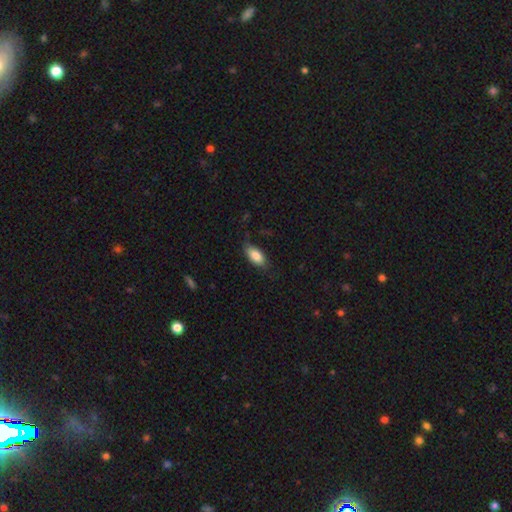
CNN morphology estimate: This appears to be a smooth galaxy with no disk features (83%) that is in between round and cigar-shaped (87%). Merging: none (74%).